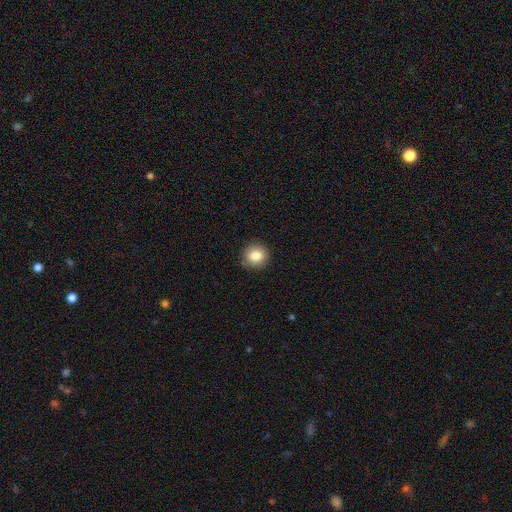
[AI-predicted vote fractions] Smooth or featured? smooth (84%)
How rounded? round (92%)
Merging? none (89%)